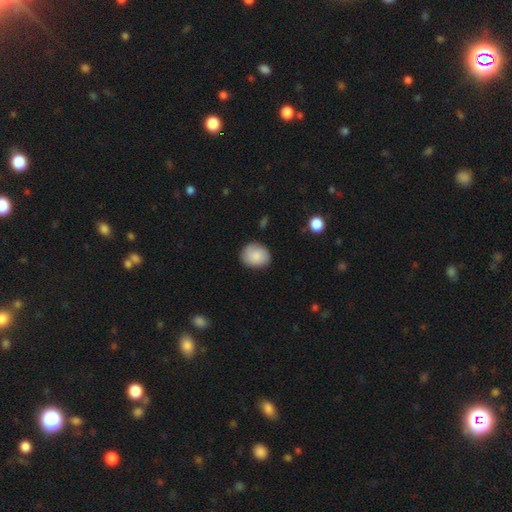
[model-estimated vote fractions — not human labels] smooth 84%, featured or disk 10%, star or artifact 7%. Down the decision tree: how rounded — round (59%); merging — none (81%).